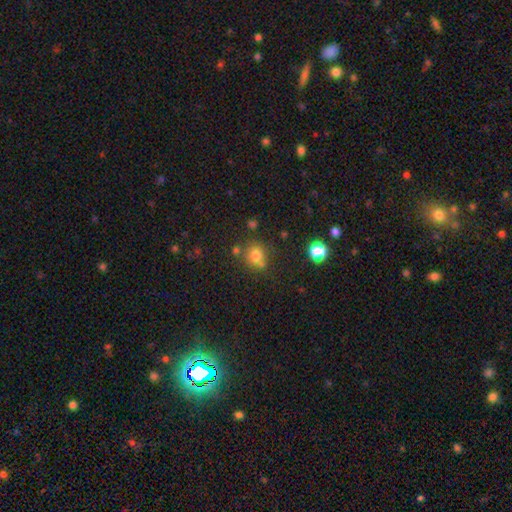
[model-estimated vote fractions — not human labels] Morphology: type=smooth (75%); roundness=round (72%); merging=none (62%).